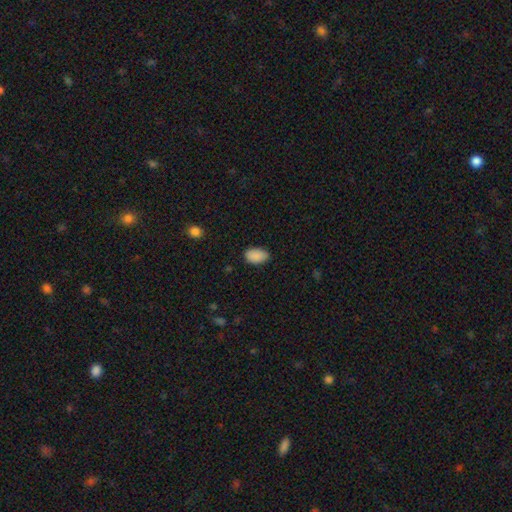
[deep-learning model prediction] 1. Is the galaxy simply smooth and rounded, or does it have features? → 90% smooth, 7% star or artifact, 3% featured or disk.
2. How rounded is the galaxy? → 91% in between, 7% round, 1% cigar-shaped.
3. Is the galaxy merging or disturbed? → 83% none, 13% minor disturbance, 3% major disturbance, 1% merger.